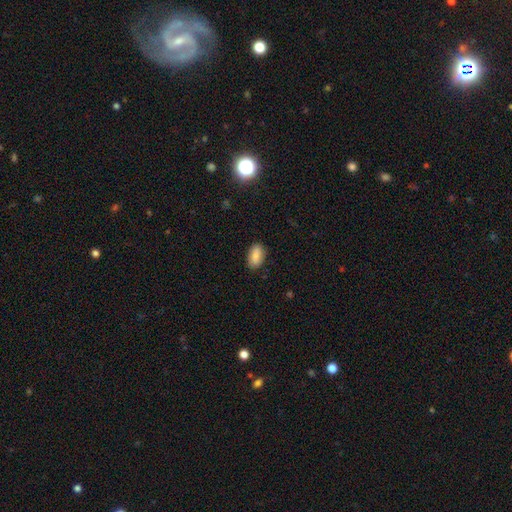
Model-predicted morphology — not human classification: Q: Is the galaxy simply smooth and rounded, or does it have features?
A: smooth — 86%.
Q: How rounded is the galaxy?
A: in between — 92%.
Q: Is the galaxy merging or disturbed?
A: none — 85%.